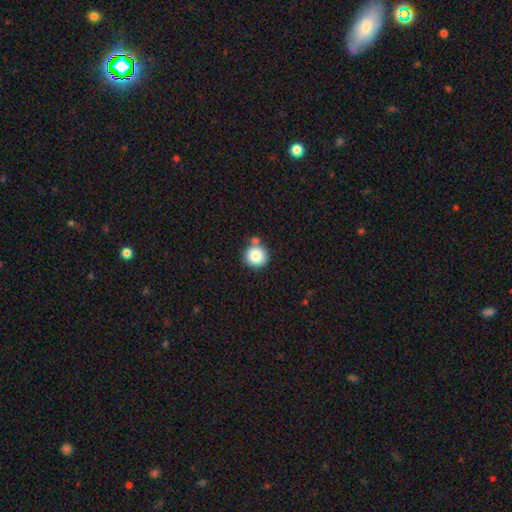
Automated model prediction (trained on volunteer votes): Smooth or featured? smooth (84%)
How rounded? round (93%)
Merging? none (66%)